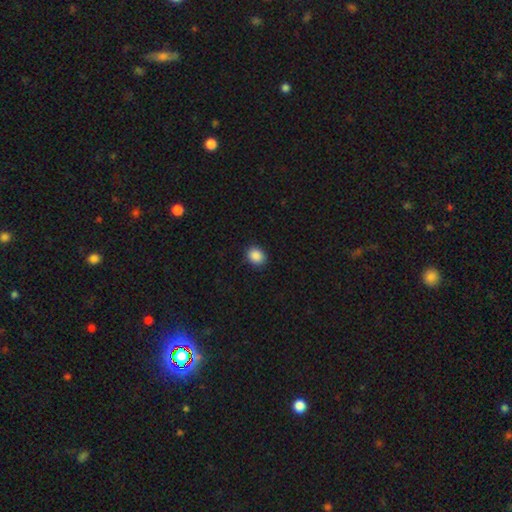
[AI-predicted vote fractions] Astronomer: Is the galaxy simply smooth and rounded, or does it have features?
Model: smooth — 89%.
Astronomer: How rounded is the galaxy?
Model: round — 54% (runner-up: in between, 45%).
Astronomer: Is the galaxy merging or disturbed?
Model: none — 89%.